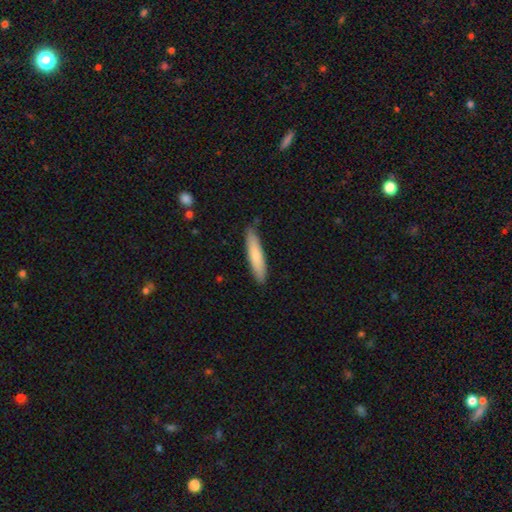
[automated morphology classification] The model was most divided on "smooth or featured": smooth: 77%, featured or disk: 18%, star or artifact: 5%. More confident: merging — none (86%); how rounded — cigar-shaped (85%).